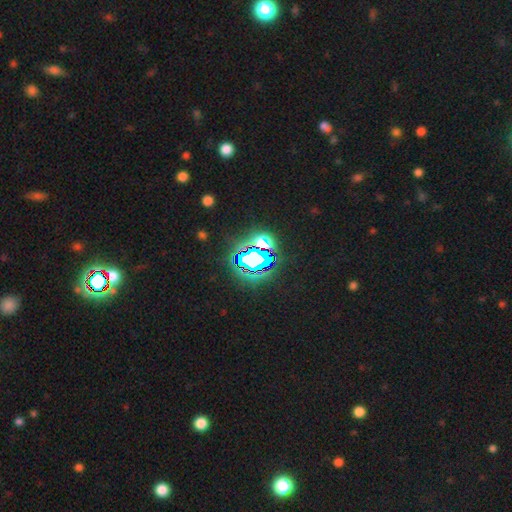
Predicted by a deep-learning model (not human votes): Q: Smooth or featured?
A: star or artifact (77%); runner-up: smooth (14%)